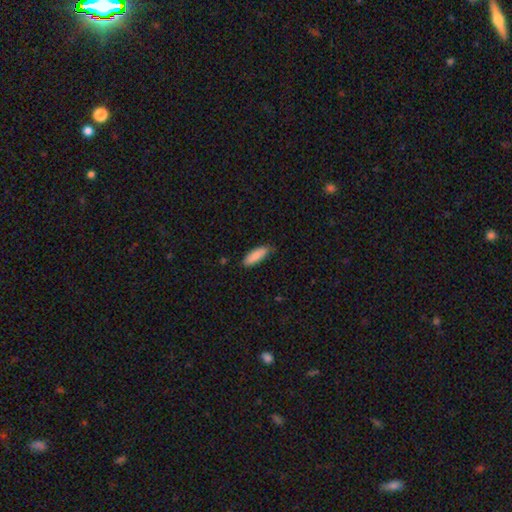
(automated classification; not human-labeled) The model was most divided on "how rounded": in between: 57%, cigar-shaped: 41%, round: 2%. More confident: smooth or featured — smooth (88%); merging — none (79%).